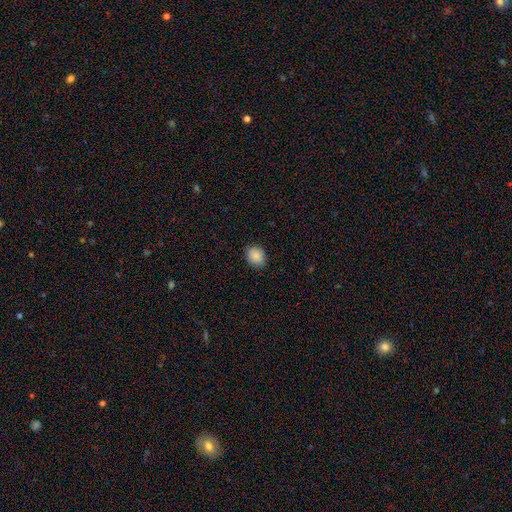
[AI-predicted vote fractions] Q: Smooth or featured?
A: smooth (88%); runner-up: star or artifact (9%)
Q: How rounded?
A: round (60%); runner-up: in between (39%)
Q: Merging?
A: none (88%); runner-up: minor disturbance (9%)